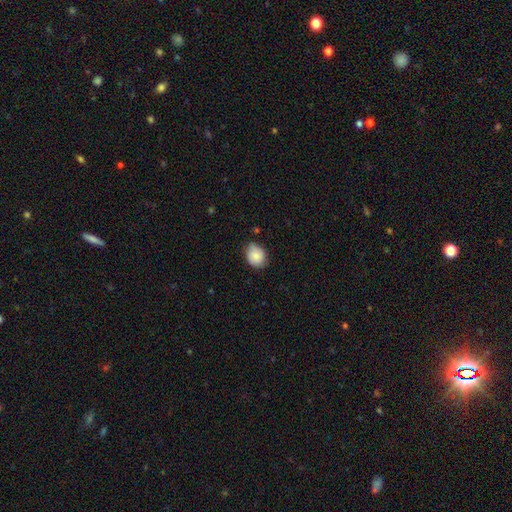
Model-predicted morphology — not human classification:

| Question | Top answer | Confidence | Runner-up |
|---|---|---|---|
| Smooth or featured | smooth | 81% | featured or disk (12%) |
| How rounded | in between | 53% | round (46%) |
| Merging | none | 70% | minor disturbance (25%) |